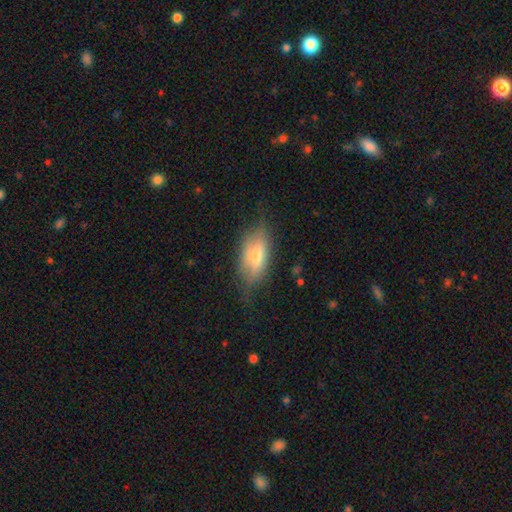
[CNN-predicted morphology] A smooth galaxy with no disk features (58%) that is in between round and cigar-shaped (76%). Merging: none (67%).